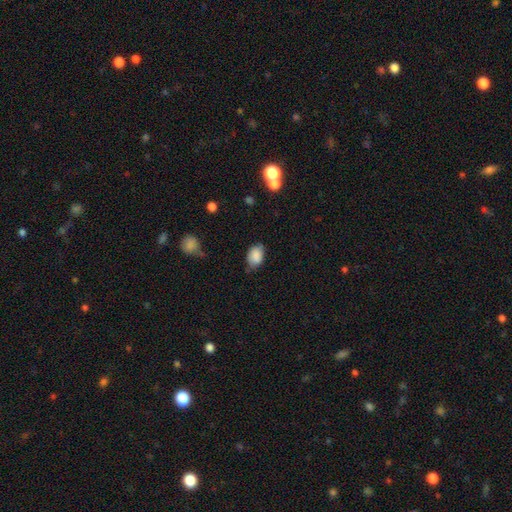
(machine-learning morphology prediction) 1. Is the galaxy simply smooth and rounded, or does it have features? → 86% smooth, 8% star or artifact, 6% featured or disk.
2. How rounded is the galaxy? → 81% in between, 18% round, 1% cigar-shaped.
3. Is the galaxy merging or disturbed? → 64% none, 29% minor disturbance, 5% major disturbance, 2% merger.